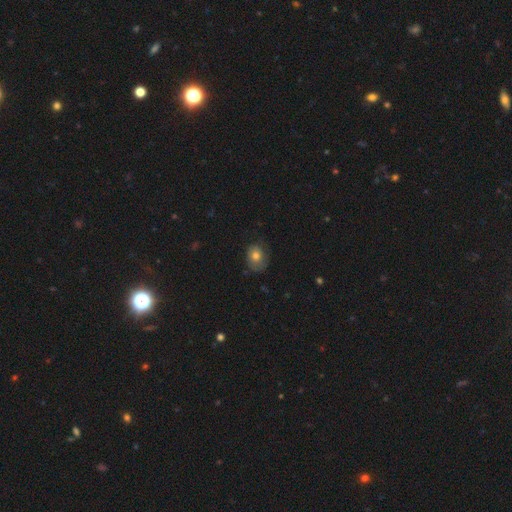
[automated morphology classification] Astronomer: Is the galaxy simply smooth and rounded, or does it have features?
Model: smooth — 72%.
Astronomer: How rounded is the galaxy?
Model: round — 51% (runner-up: in between, 48%).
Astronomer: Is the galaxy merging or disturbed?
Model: none — 63%.